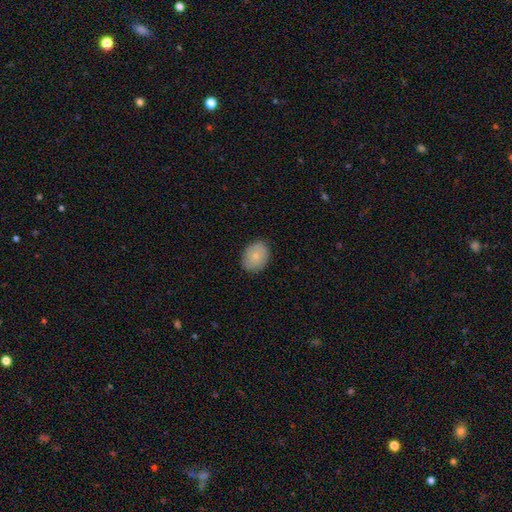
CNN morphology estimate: Smooth or featured: smooth — 78% (featured or disk — 16%)
How rounded: in between — 52% (round — 47%)
Merging: none — 84% (minor disturbance — 13%)